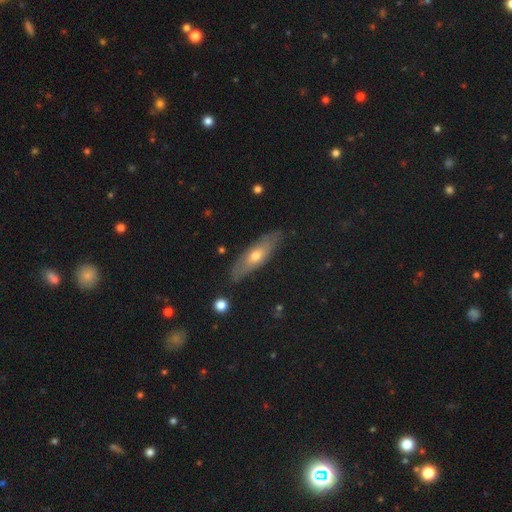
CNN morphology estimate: A featured or disk galaxy (49%).

Vote fractions:
- Smooth or featured? featured or disk: 49% / smooth: 45% / star or artifact: 6%
- Merging? none: 83% / minor disturbance: 13% / major disturbance: 3% / merger: 1%